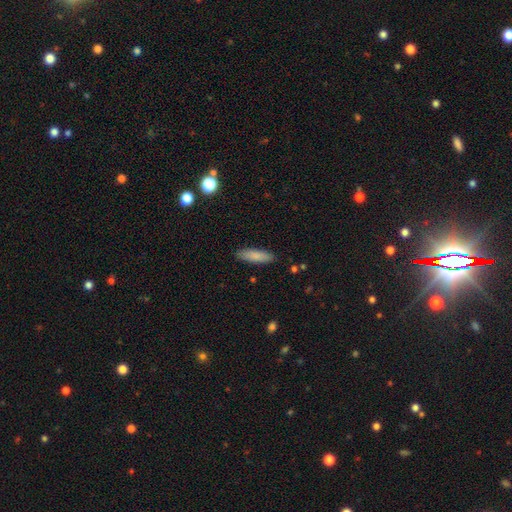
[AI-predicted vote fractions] Smooth or featured?
  - smooth: 84% *
  - featured or disk: 10%
  - star or artifact: 6%
How rounded?
  - cigar-shaped: 64% *
  - in between: 34%
  - round: 2%
Merging?
  - none: 88% *
  - minor disturbance: 9%
  - major disturbance: 2%
  - merger: 1%